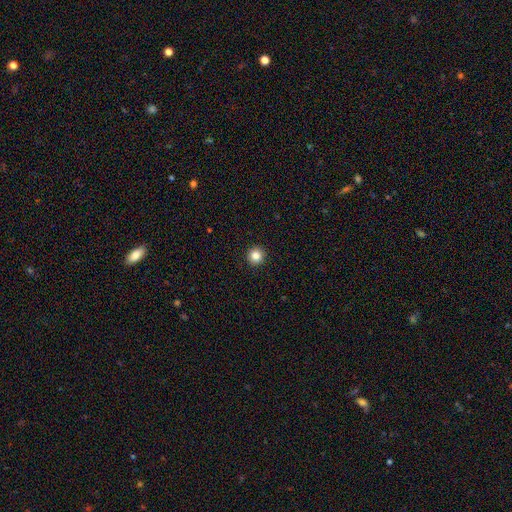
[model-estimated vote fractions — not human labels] The model was most divided on "smooth or featured": smooth: 84%, star or artifact: 11%, featured or disk: 5%. More confident: how rounded — round (96%); merging — none (94%).